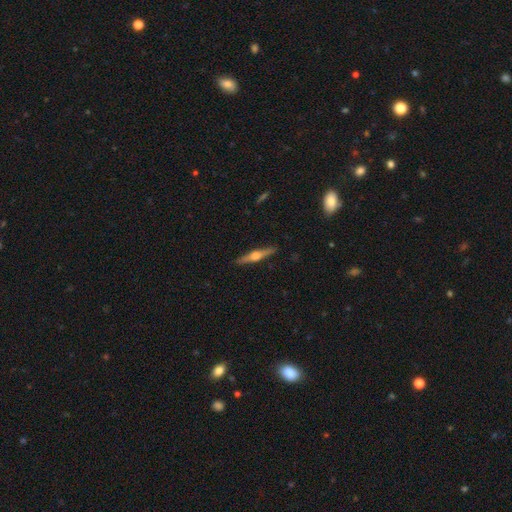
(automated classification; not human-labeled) This appears to be a featured or disk galaxy (65%) viewed edge-on (97%) with a rounded central bulge (92%). Merging: none (90%).